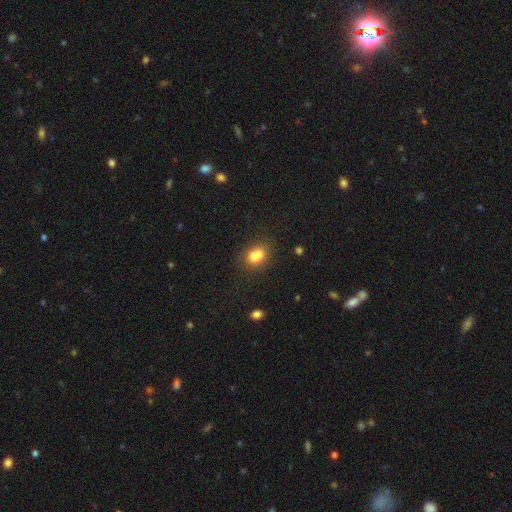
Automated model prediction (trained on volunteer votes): Smooth or featured?
  - smooth: 76% *
  - featured or disk: 13%
  - star or artifact: 11%
How rounded?
  - in between: 59% *
  - round: 39%
  - cigar-shaped: 2%
Merging?
  - none: 41% *
  - merger: 40%
  - minor disturbance: 13%
  - major disturbance: 5%